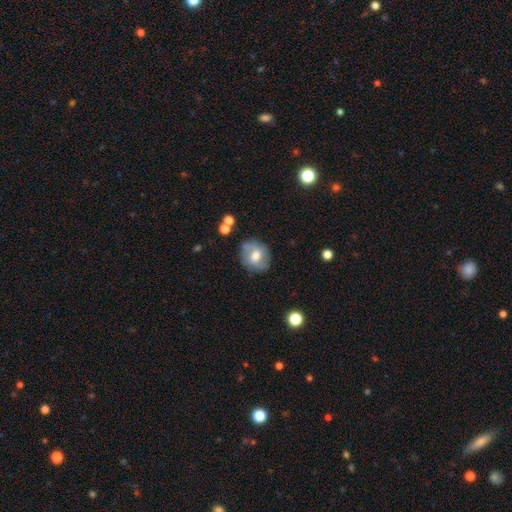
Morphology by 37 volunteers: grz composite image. It shows a featured or disk galaxy (62%) with a weak bar (74%), 2 (90%) medium (57%) spiral arms (91%) and a moderate central bulge (87%). Merging: none (77%).